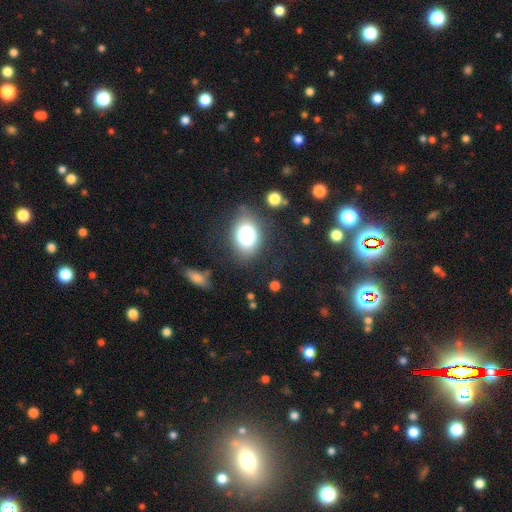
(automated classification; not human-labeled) Smooth or featured? smooth (46%)
Merging? none (84%)